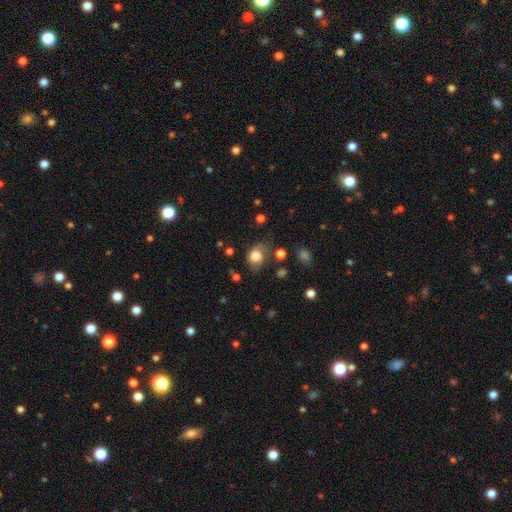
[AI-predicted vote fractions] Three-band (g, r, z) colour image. It shows a smooth galaxy with no disk features (79%) that is in between round and cigar-shaped (50%). Merging: none (49%).